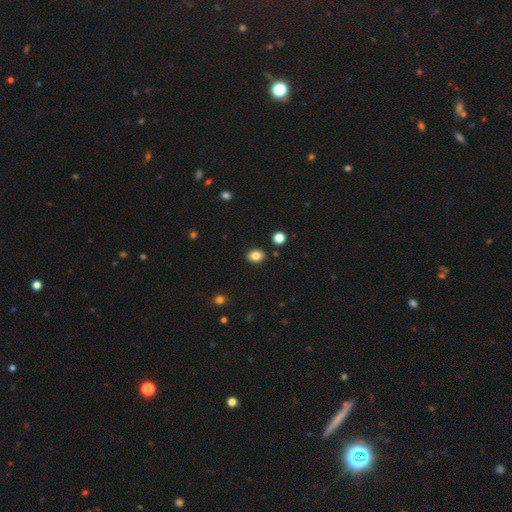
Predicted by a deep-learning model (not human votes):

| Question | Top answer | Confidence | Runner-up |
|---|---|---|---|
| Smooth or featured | smooth | 85% | star or artifact (11%) |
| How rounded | in between | 61% | round (38%) |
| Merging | none | 88% | minor disturbance (8%) |